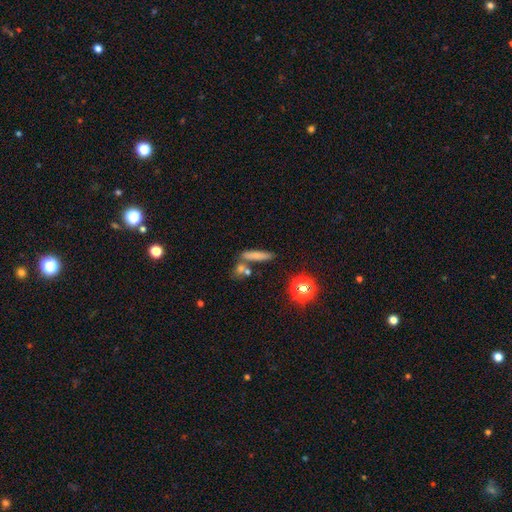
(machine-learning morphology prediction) Smooth or featured? smooth (72%)
How rounded? cigar-shaped (78%)
Merging? none (67%)